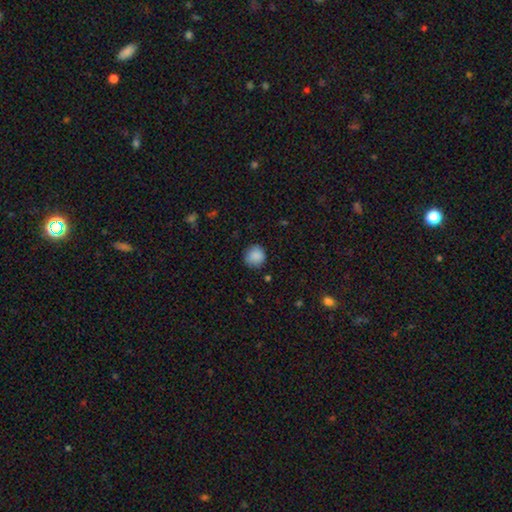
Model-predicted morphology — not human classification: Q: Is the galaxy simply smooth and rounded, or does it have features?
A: smooth — 88%.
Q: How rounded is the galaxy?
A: round — 92%.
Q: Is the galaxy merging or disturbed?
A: none — 85%.